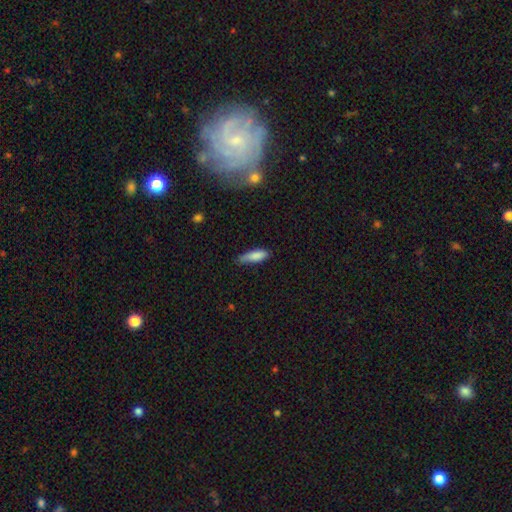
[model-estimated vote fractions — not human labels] A smooth galaxy with no disk features (85%) that is in between round and cigar-shaped (50%). Merging: none (60%).